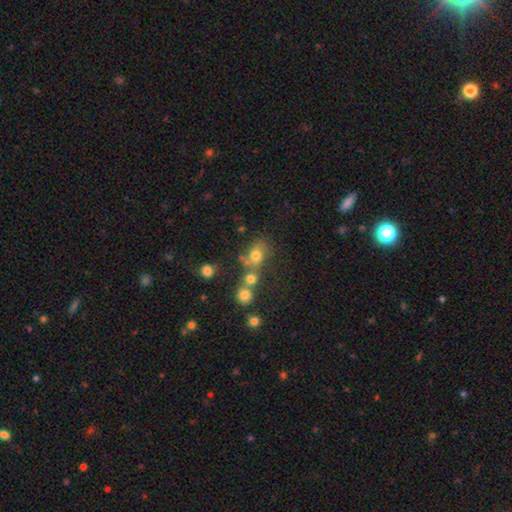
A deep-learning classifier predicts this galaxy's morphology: Smooth or featured?
  - smooth: 69% *
  - star or artifact: 17%
  - featured or disk: 14%
How rounded?
  - in between: 50% *
  - round: 49%
  - cigar-shaped: 2%
Merging?
  - none: 46% *
  - merger: 32%
  - minor disturbance: 14%
  - major disturbance: 8%